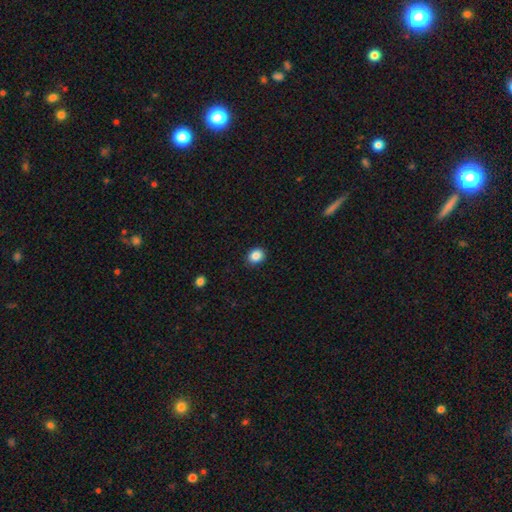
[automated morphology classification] Smooth or featured? Predicted: smooth (p=0.86). How rounded? Predicted: round (p=0.67). Merging? Predicted: none (p=0.90).